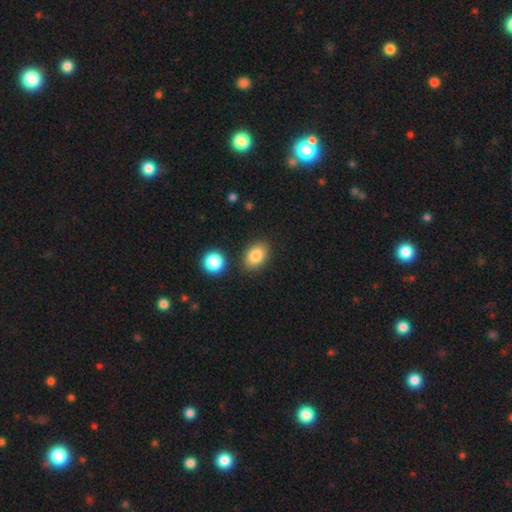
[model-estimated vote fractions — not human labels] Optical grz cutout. It shows a smooth galaxy with no disk features (84%) that is in between round and cigar-shaped (78%). Merging: none (83%).